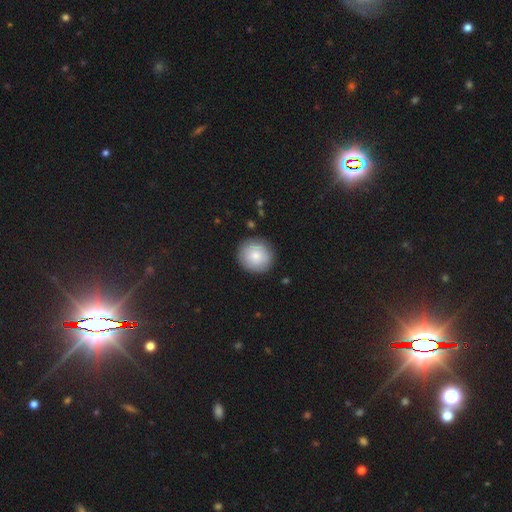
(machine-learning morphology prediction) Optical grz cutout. It shows a smooth galaxy with no disk features (81%) that is round (92%). Merging: none (88%).